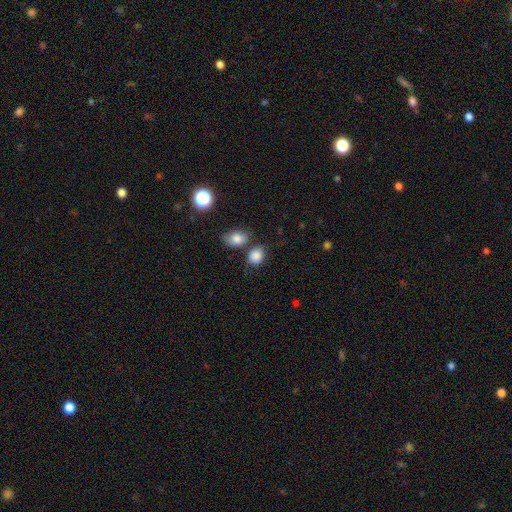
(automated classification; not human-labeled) The model was most divided on "how rounded": in between: 55%, round: 44%, cigar-shaped: 1%. More confident: smooth or featured — smooth (86%); merging — none (63%).